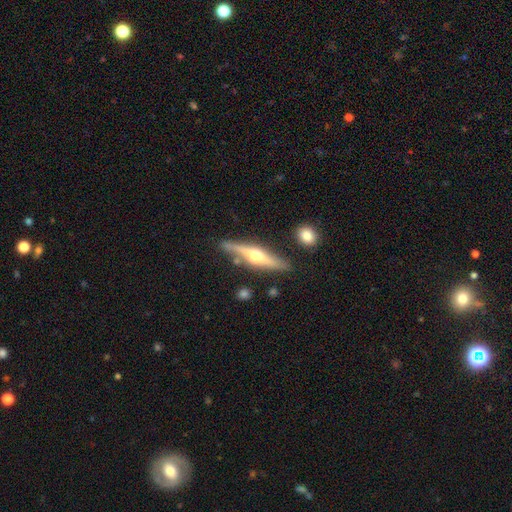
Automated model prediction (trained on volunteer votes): smooth-or-featured: featured or disk: 71% | smooth: 24% | star or artifact: 5%
  disk-edge-on: yes: 96% | no: 4%
    edge-on-bulge: rounded: 94% | boxy: 4% | none: 3%
  merging: none: 79% | minor disturbance: 13% | merger: 5% | major disturbance: 3%